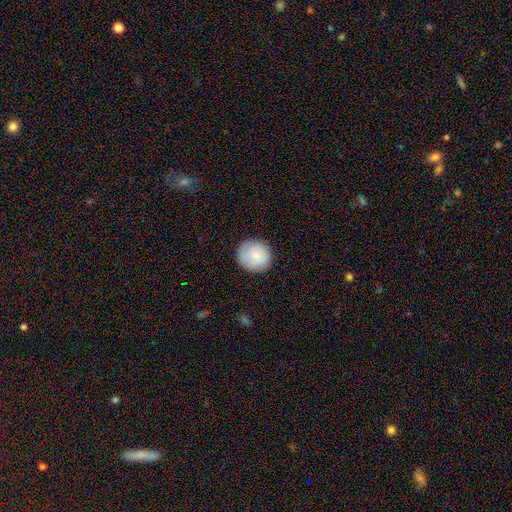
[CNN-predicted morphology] smooth_or_featured: smooth (p=0.78) [alt: featured or disk p=0.15]
how_rounded: round (p=0.87) [alt: in between p=0.13]
merging: none (p=0.85) [alt: minor disturbance p=0.12]